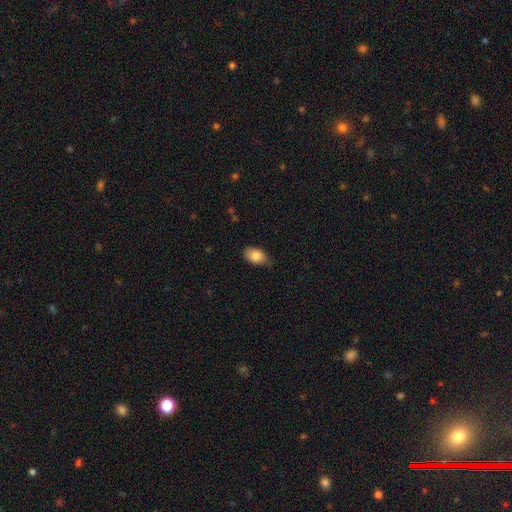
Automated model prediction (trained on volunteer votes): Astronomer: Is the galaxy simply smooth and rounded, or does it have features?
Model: smooth — 83%.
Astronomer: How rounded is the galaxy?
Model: in between — 89%.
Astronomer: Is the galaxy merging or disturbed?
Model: none — 71%.